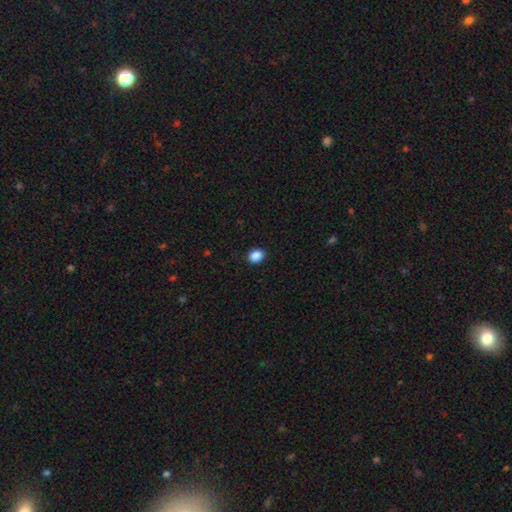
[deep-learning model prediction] This is clearly a smooth galaxy (88%). How rounded: possibly round (59%). Merging: clearly none (90%).